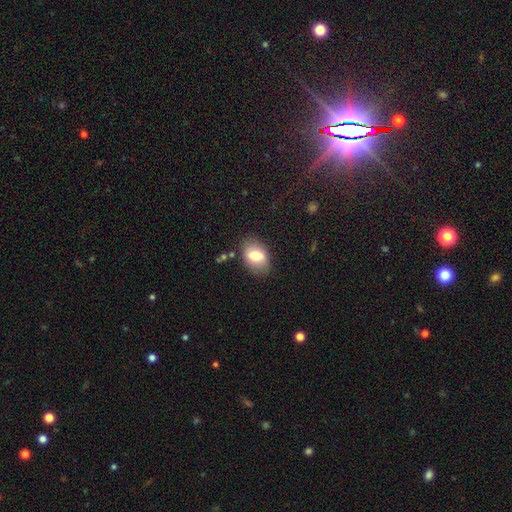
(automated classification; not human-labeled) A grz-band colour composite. It shows a smooth galaxy with no disk features (71%) that is in between round and cigar-shaped (82%). Merging: none (82%).